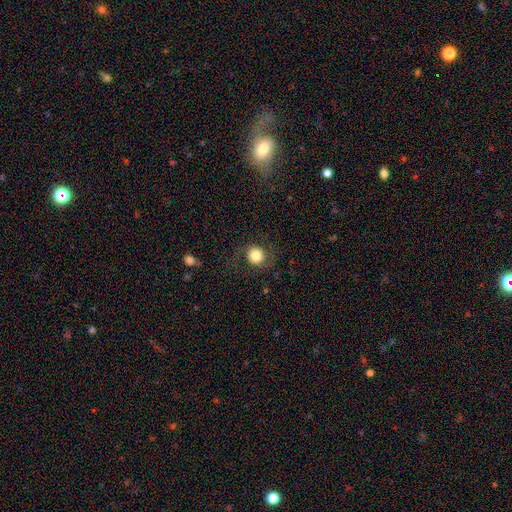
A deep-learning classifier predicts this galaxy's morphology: This is likely a smooth galaxy (72%). How rounded: clearly round (90%). Merging: likely none (78%).